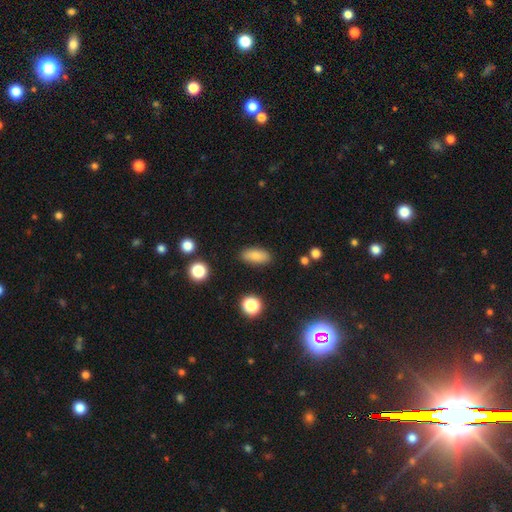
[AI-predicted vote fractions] A smooth galaxy with no disk features (81%) that is in between round and cigar-shaped (84%). Merging: none (86%).